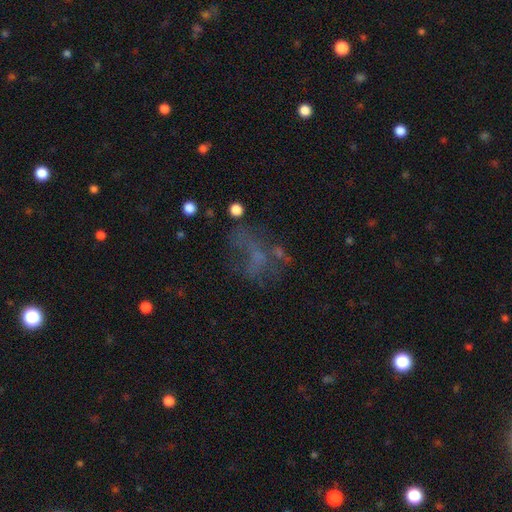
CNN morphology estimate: Overall: featured or disk (42%; star or artifact 30%). Merging: none (39%; major disturbance 36%).